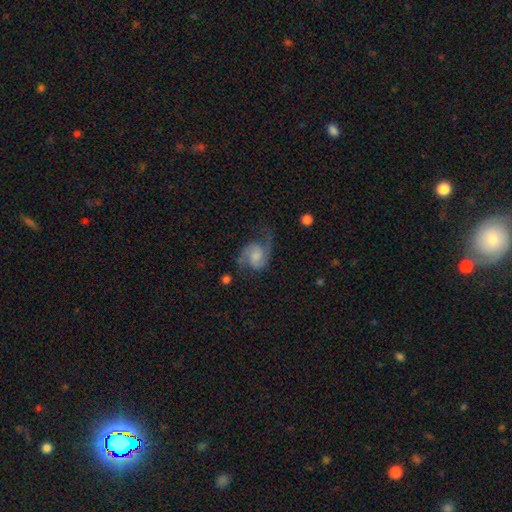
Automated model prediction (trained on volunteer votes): Overall: featured or disk (80%). Edge-on disk: no (98%). Bar: no (62%; weak 33%). Spiral arms: yes (96%). Spiral arm count: 2 (92%). Spiral winding: medium (46%; loose 41%). Bulge size: none (32%; moderate 25%). Merging: none (63%).